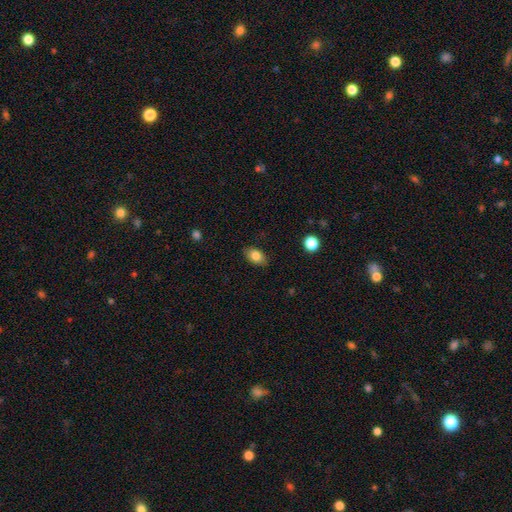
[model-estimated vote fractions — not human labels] Morphology: type=smooth (82%); roundness=in between (84%); merging=none (83%).